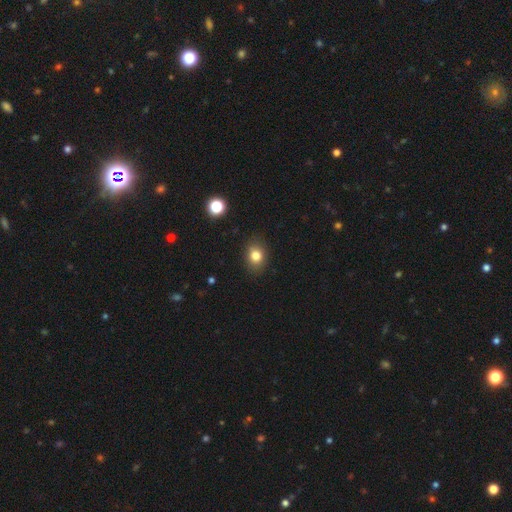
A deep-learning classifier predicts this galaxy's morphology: smooth_or_featured: smooth (p=0.81) [alt: star or artifact p=0.11]
how_rounded: in between (p=0.53) [alt: round p=0.46]
merging: none (p=0.84) [alt: minor disturbance p=0.12]